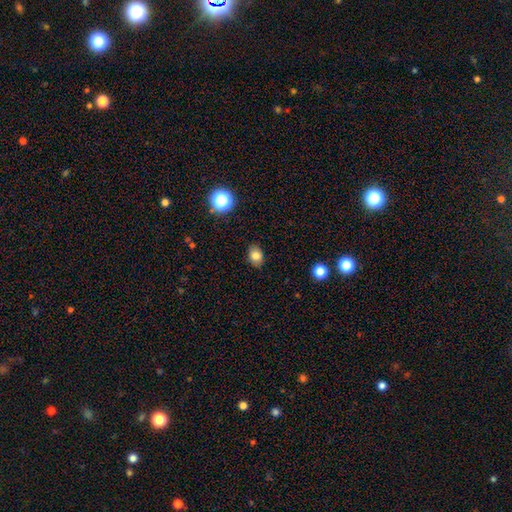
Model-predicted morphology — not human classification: type=smooth (80%); roundness=in between (70%); merging=none (86%).